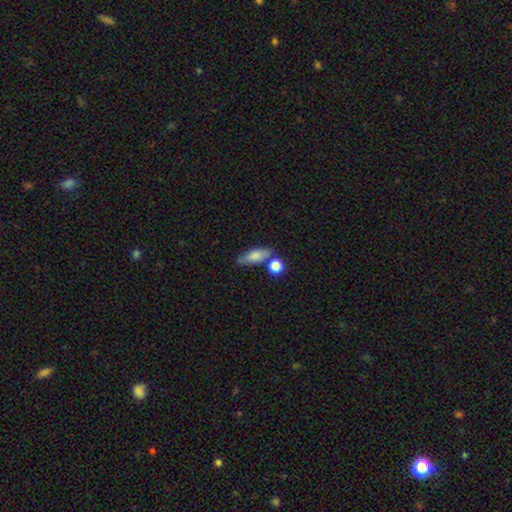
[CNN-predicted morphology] A smooth galaxy with no disk features (72%) that is in between round and cigar-shaped (63%).

Vote fractions:
- Smooth or featured? smooth: 72% / featured or disk: 20% / star or artifact: 8%
- How rounded? in between: 63% / cigar-shaped: 31% / round: 7%
- Merging? none: 63% / minor disturbance: 17% / merger: 14% / major disturbance: 5%